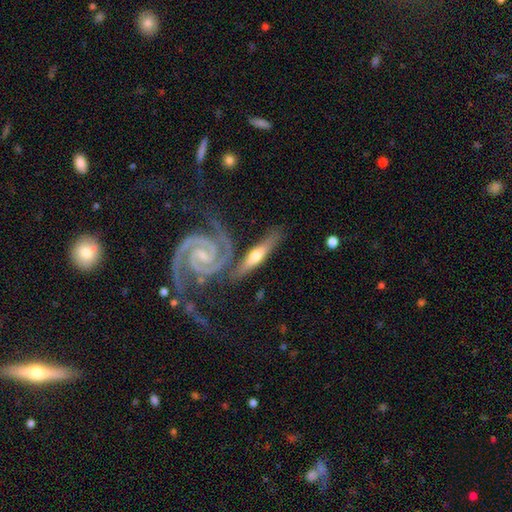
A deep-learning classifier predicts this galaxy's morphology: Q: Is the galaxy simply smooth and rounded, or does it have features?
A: featured or disk — 74%.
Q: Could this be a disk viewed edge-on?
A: yes — 64%.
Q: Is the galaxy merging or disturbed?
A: none — 66%.